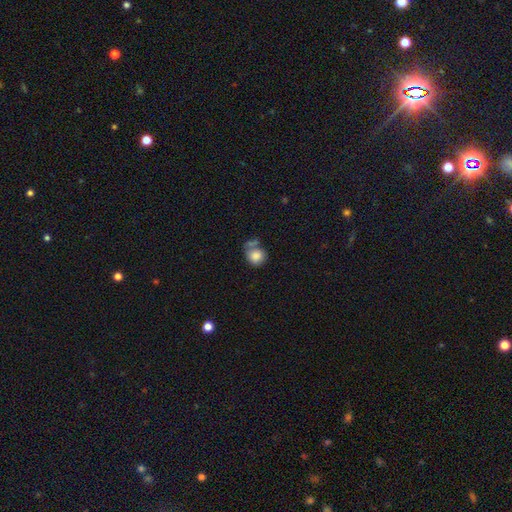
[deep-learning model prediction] Smooth or featured? smooth (82%)
How rounded? round (77%)
Merging? none (43%)